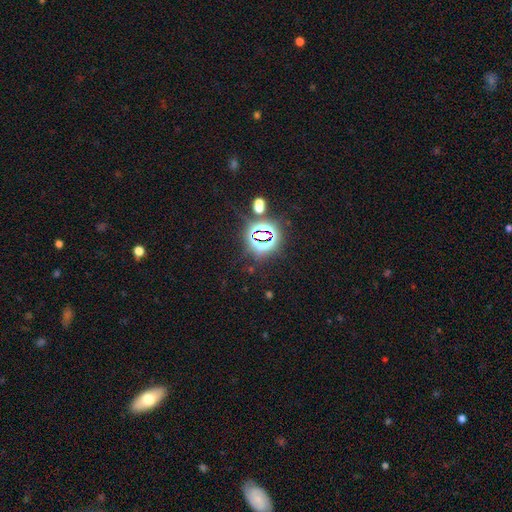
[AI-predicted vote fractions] Morphology: type=star or artifact (79%).